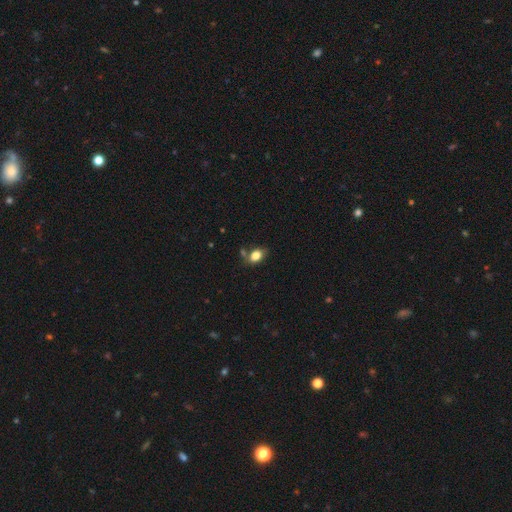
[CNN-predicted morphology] Q: Smooth or featured?
A: smooth (82%); runner-up: star or artifact (10%)
Q: How rounded?
A: in between (78%); runner-up: round (20%)
Q: Merging?
A: none (65%); runner-up: minor disturbance (18%)